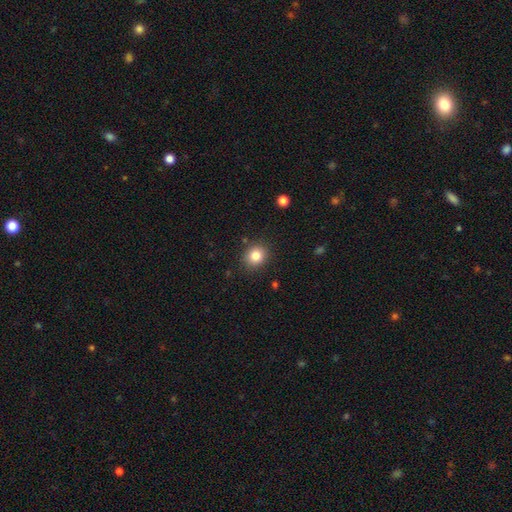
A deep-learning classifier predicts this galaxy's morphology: smooth_or_featured: smooth (p=0.82) [alt: star or artifact p=0.11]
how_rounded: round (p=0.74) [alt: in between p=0.25]
merging: none (p=0.87) [alt: minor disturbance p=0.09]